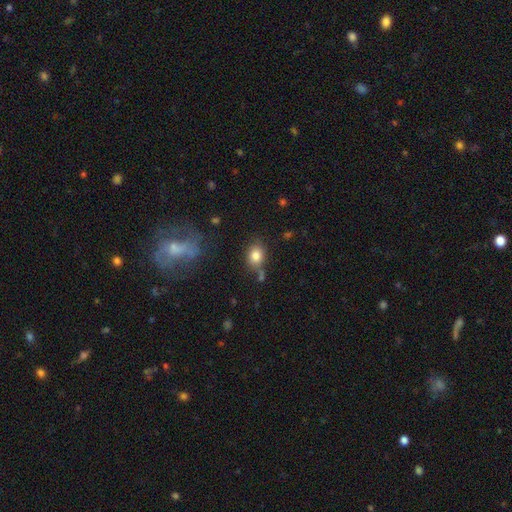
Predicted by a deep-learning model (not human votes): A smooth galaxy with no disk features (83%) that is in between round and cigar-shaped (54%). Merging: none (69%).